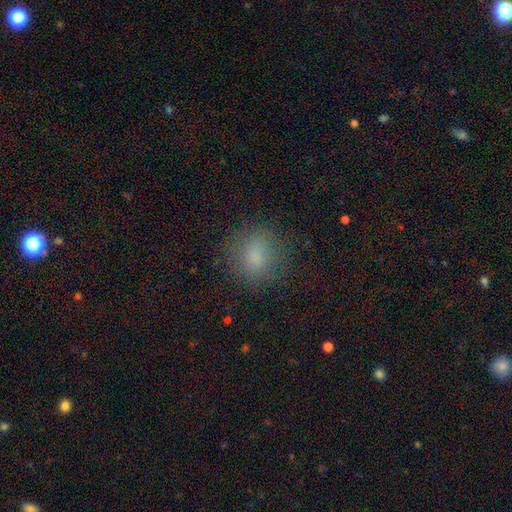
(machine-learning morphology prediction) smooth 80%, star or artifact 13%, featured or disk 7%. Down the decision tree: how rounded — round (74%); merging — none (80%).